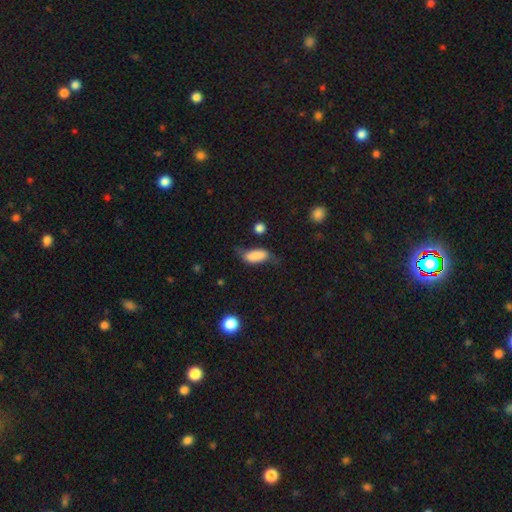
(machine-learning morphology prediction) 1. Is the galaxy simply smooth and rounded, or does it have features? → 78% smooth, 14% featured or disk, 8% star or artifact.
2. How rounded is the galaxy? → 83% in between, 13% cigar-shaped, 4% round.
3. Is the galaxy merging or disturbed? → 46% none, 33% minor disturbance, 18% major disturbance, 4% merger.